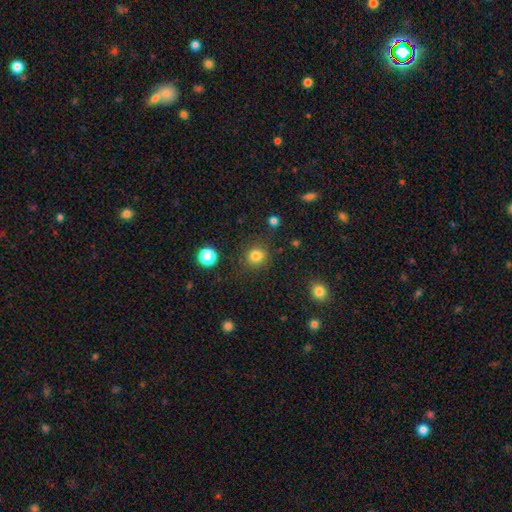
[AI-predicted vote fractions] This appears to be a smooth galaxy with no disk features (80%) that is round (85%). Merging: none (81%).